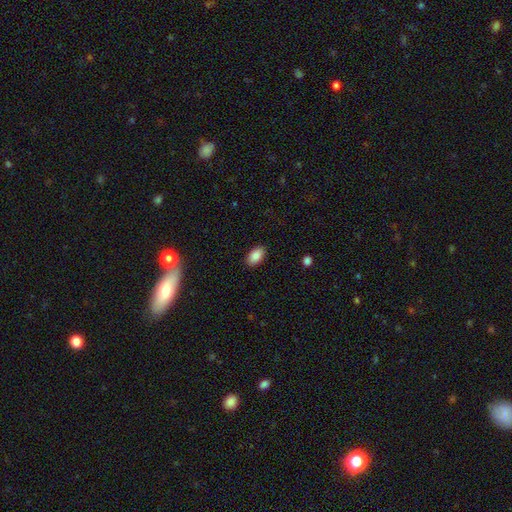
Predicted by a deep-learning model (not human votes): This is clearly a smooth galaxy (86%). How rounded: clearly in between (93%). Merging: clearly none (88%).